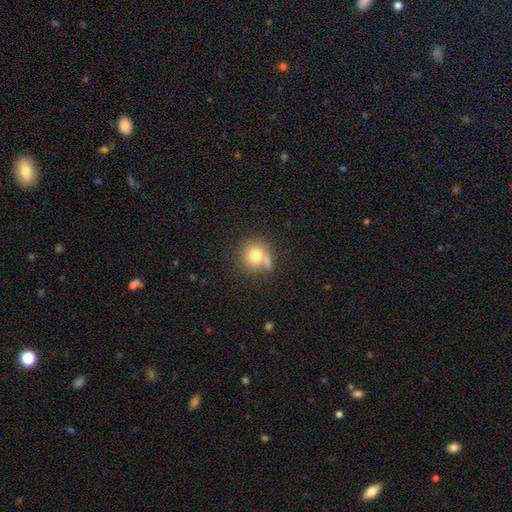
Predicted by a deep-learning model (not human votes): This is likely a smooth galaxy (77%). How rounded: clearly round (89%). Merging: possibly none (55%).